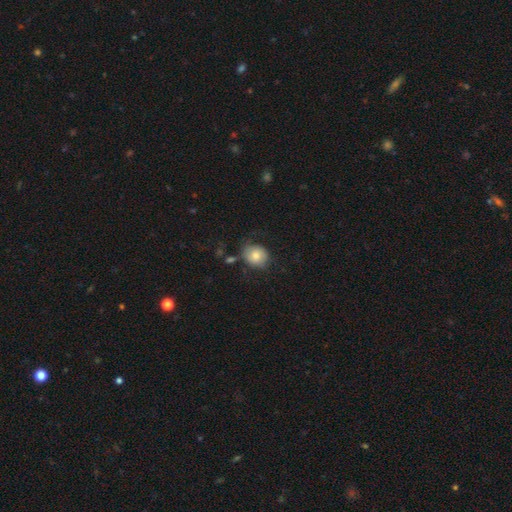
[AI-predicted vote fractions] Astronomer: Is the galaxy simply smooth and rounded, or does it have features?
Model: smooth — 77%.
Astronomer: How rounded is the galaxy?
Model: round — 66%.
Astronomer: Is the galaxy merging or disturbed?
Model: none — 65%.